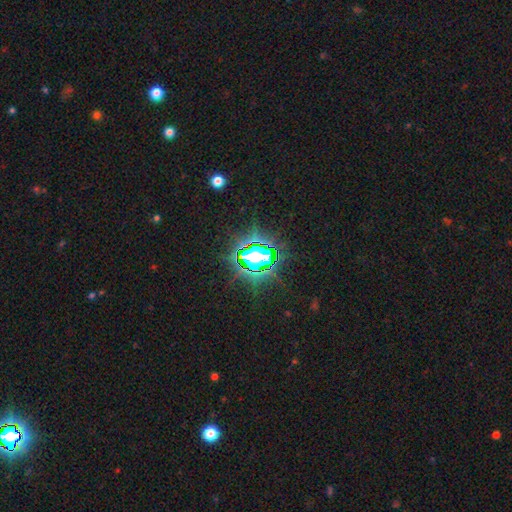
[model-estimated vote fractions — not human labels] star or artifact 81%, smooth 12%, featured or disk 7%.